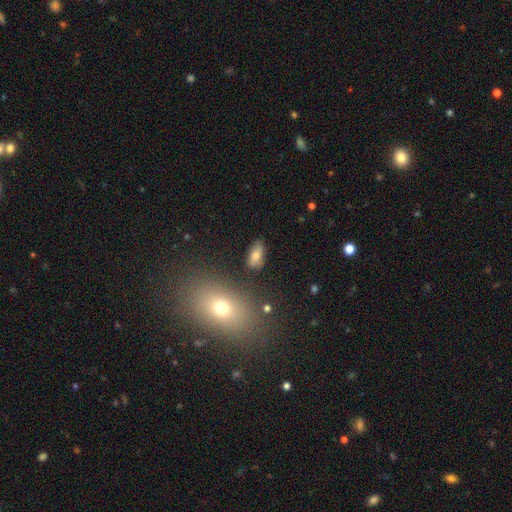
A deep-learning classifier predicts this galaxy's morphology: type=smooth (71%); roundness=in between (86%); merging=none (74%).